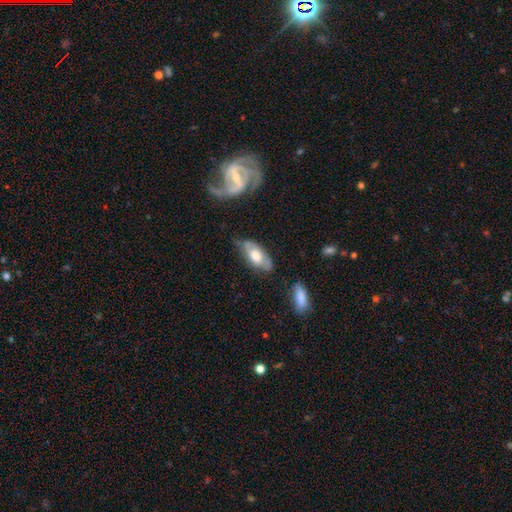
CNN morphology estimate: Smooth or featured?
  - smooth: 58% *
  - featured or disk: 36%
  - star or artifact: 6%
How rounded?
  - in between: 87% *
  - cigar-shaped: 10%
  - round: 3%
Merging?
  - none: 63% *
  - minor disturbance: 27%
  - major disturbance: 6%
  - merger: 4%